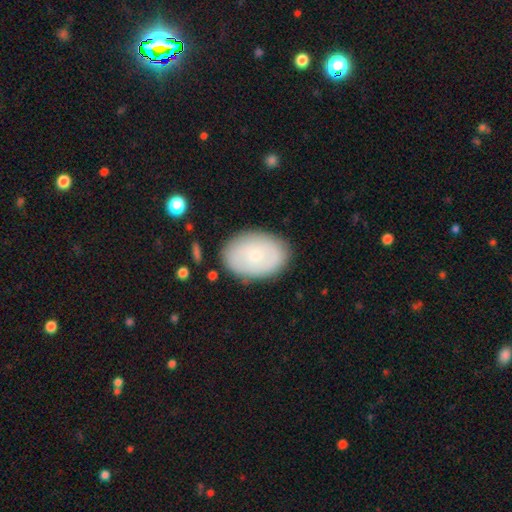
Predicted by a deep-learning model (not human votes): A smooth galaxy with no disk features (65%) that is in between round and cigar-shaped (86%).

Vote fractions:
- Smooth or featured? smooth: 65% / featured or disk: 28% / star or artifact: 7%
- How rounded? in between: 86% / round: 13% / cigar-shaped: 1%
- Merging? none: 85% / minor disturbance: 11% / major disturbance: 3% / merger: 1%